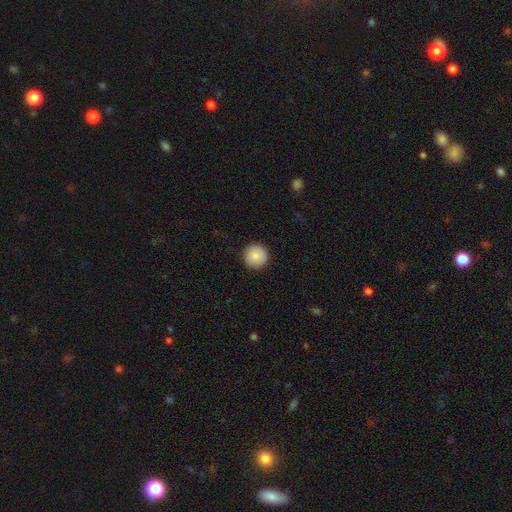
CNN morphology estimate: Smooth or featured?
  - smooth: 88% *
  - star or artifact: 8%
  - featured or disk: 4%
How rounded?
  - round: 96% *
  - in between: 3%
  - cigar-shaped: 1%
Merging?
  - none: 93% *
  - minor disturbance: 5%
  - major disturbance: 2%
  - merger: 1%